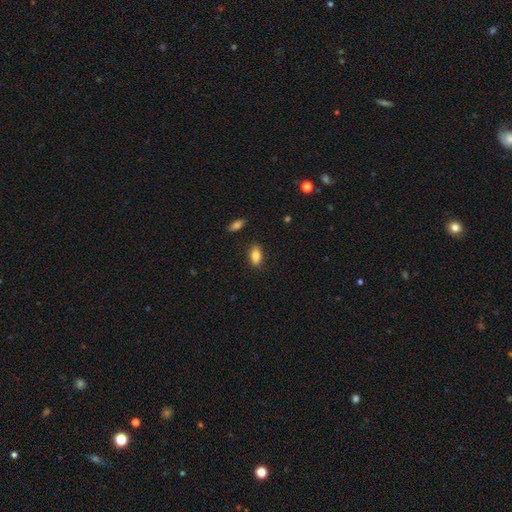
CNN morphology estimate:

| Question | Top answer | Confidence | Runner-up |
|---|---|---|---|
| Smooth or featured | smooth | 84% | featured or disk (8%) |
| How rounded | in between | 89% | cigar-shaped (6%) |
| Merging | none | 83% | minor disturbance (12%) |